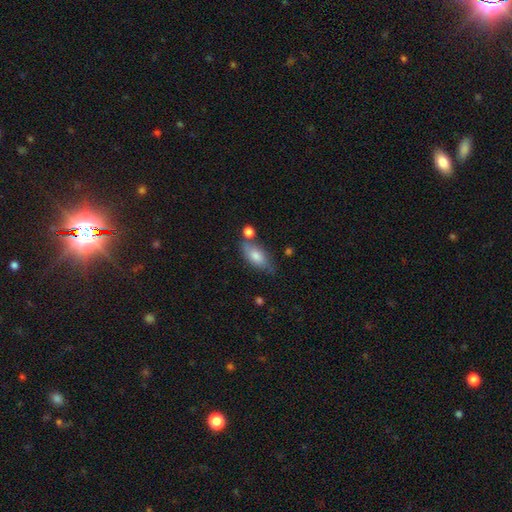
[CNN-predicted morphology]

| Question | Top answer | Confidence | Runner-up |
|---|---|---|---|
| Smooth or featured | smooth | 70% | featured or disk (22%) |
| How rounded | in between | 82% | cigar-shaped (13%) |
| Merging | none | 64% | minor disturbance (19%) |